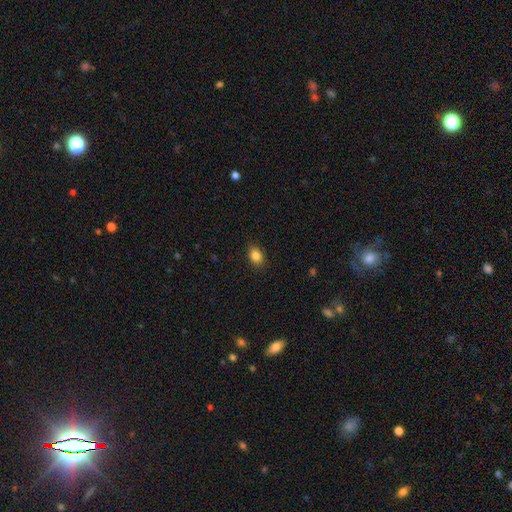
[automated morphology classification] This is clearly a smooth galaxy (84%). How rounded: likely in between (69%). Merging: clearly none (86%).